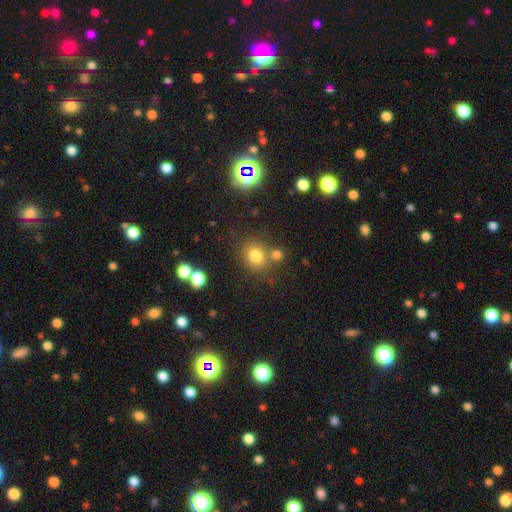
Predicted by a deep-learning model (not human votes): Smooth or featured? Predicted: smooth (p=0.77). How rounded? Predicted: round (p=0.82). Merging? Predicted: none (p=0.68).